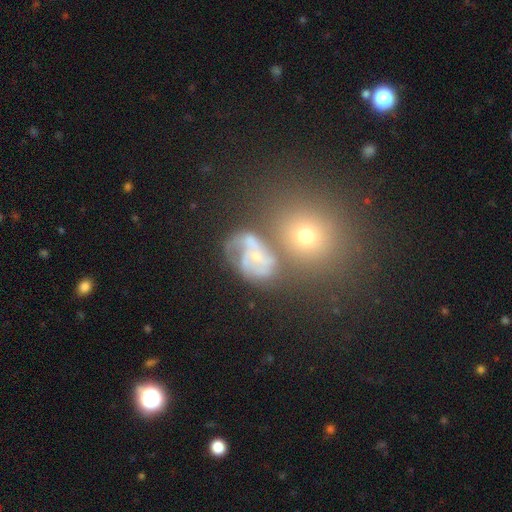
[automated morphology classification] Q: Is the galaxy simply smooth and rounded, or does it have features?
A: featured or disk — 64%.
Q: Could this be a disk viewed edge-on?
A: no — 98%.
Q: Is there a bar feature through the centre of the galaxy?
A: no — 59%.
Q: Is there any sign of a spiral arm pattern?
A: yes — 82%.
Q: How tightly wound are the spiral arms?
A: medium — 47%.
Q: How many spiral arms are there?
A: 2 — 32%.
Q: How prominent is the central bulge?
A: small — 68%.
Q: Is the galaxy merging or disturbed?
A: none — 34%.